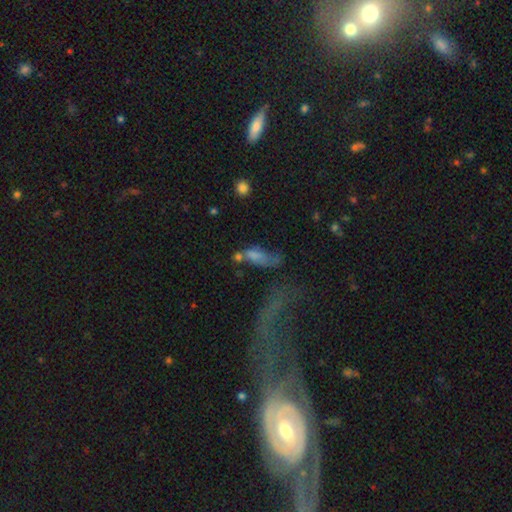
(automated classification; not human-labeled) smooth-or-featured: smooth: 62% | featured or disk: 25% | star or artifact: 13%
  how-rounded: in between: 67% | cigar-shaped: 27% | round: 6%
  merging: major disturbance: 31% | merger: 28% | none: 23% | minor disturbance: 18%